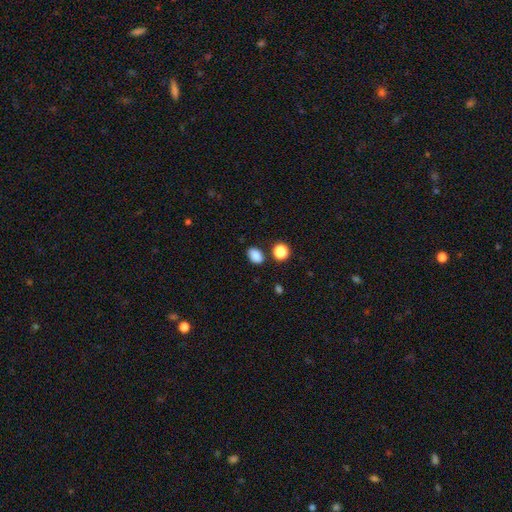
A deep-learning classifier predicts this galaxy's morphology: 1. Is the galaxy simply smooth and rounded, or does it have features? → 86% smooth, 10% star or artifact, 4% featured or disk.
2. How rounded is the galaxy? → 81% in between, 18% round, 1% cigar-shaped.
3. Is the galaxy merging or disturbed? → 79% none, 12% minor disturbance, 6% merger, 3% major disturbance.